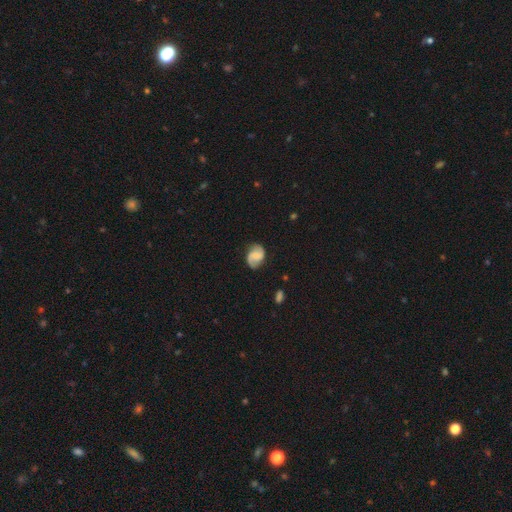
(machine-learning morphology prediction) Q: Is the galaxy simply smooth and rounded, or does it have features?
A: featured or disk — 64%.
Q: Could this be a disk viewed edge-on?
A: no — 98%.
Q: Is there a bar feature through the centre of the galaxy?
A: no — 55%.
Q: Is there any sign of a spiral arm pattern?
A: yes — 94%.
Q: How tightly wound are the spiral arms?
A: medium — 44%.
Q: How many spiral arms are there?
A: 2 — 86%.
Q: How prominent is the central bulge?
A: none — 46%.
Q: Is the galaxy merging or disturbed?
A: none — 73%.